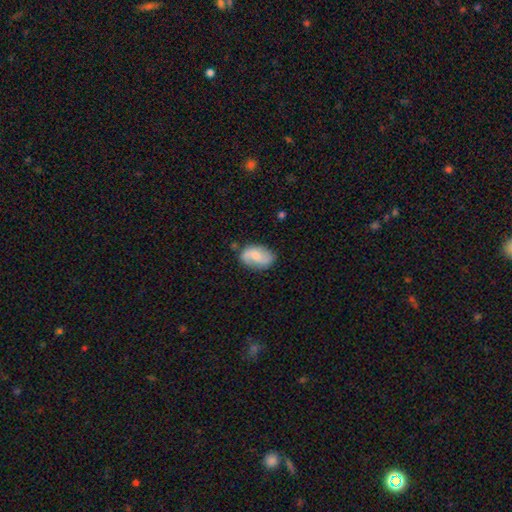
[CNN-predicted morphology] type=featured or disk (53%); edge-on=no (97%); bar=no (48%); spiral arms=yes (87%); bulge=moderate (39%); merging=none (69%).